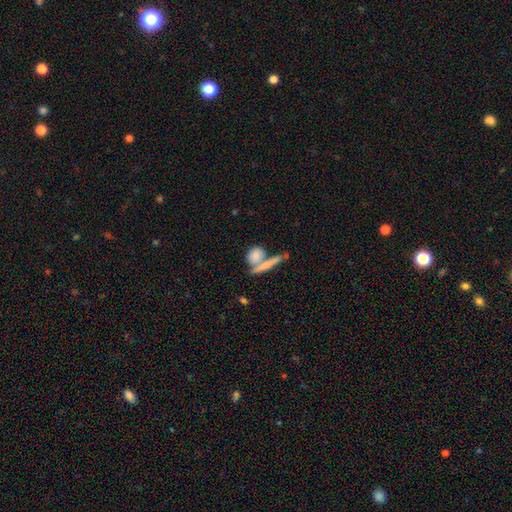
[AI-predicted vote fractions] A smooth galaxy with no disk features (74%) that is in between round and cigar-shaped (41%). Merging: none (47%).